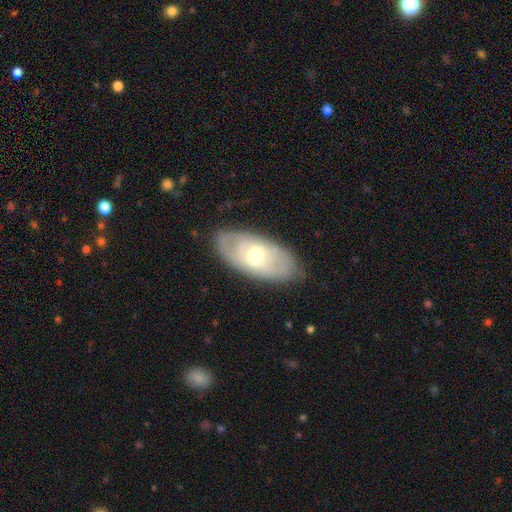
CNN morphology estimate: smooth-or-featured: featured or disk: 56% | smooth: 38% | star or artifact: 6%
  disk-edge-on: no: 87% | yes: 13%
  merging: none: 81% | minor disturbance: 14% | major disturbance: 4% | merger: 1%